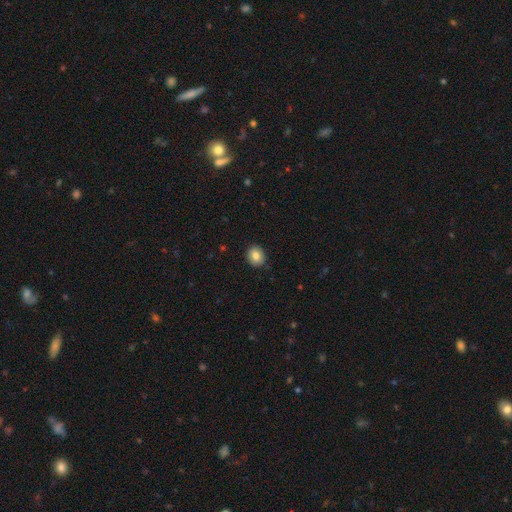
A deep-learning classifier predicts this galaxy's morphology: smooth 81%, featured or disk 10%, star or artifact 8%. Down the decision tree: how rounded — round (71%); merging — none (89%).